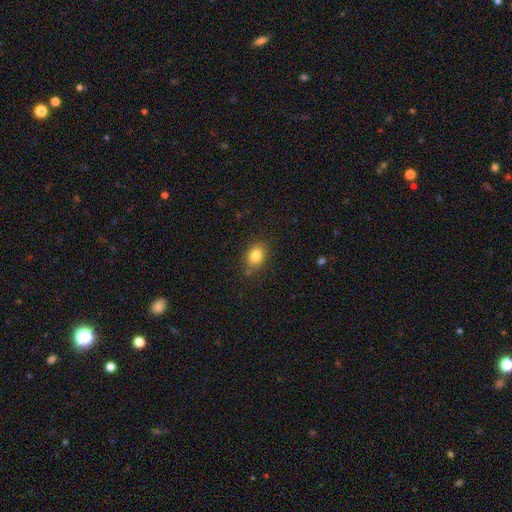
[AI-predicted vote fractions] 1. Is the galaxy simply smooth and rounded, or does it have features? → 83% smooth, 10% star or artifact, 7% featured or disk.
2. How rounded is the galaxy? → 69% in between, 30% round, 1% cigar-shaped.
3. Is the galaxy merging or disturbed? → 83% none, 12% minor disturbance, 3% major disturbance, 2% merger.